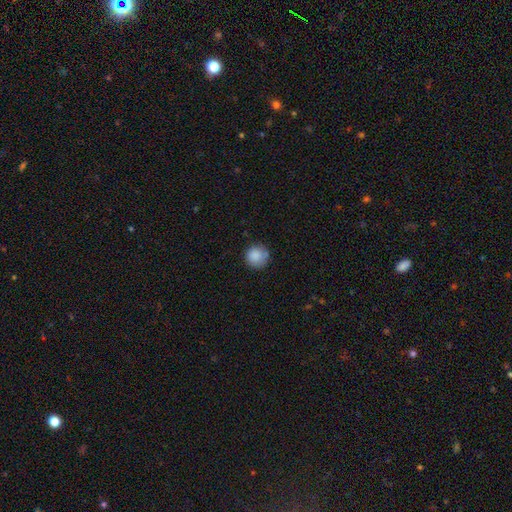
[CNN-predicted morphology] This appears to be a smooth galaxy with no disk features (86%) that is round (94%). Merging: none (78%).